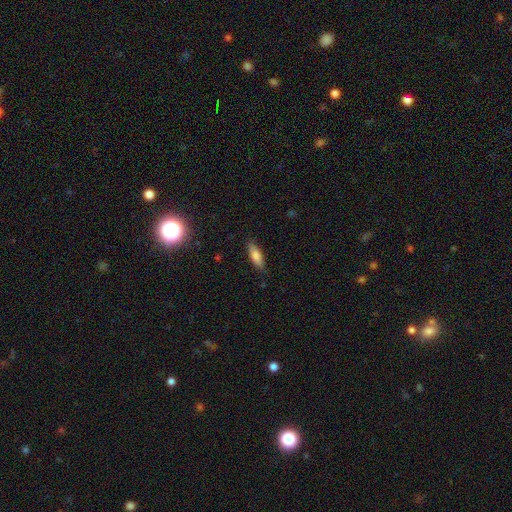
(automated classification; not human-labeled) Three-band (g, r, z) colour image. It shows a smooth galaxy with no disk features (80%) that is in between round and cigar-shaped (57%). Merging: none (85%).